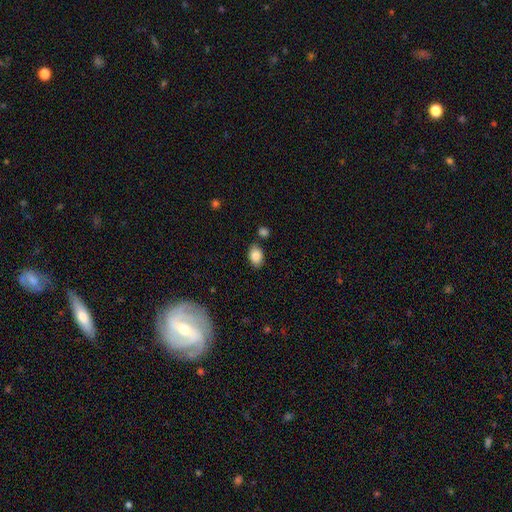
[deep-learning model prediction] A smooth galaxy with no disk features (87%) that is in between round and cigar-shaped (82%). Merging: none (76%).